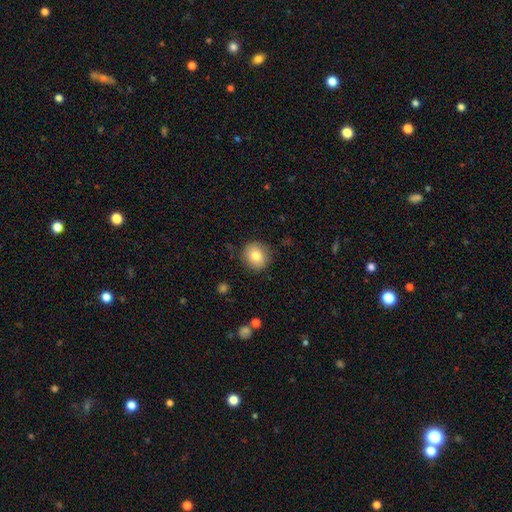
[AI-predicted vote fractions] The model was most divided on "smooth or featured": smooth: 80%, featured or disk: 11%, star or artifact: 9%. More confident: merging — none (87%); how rounded — round (85%).